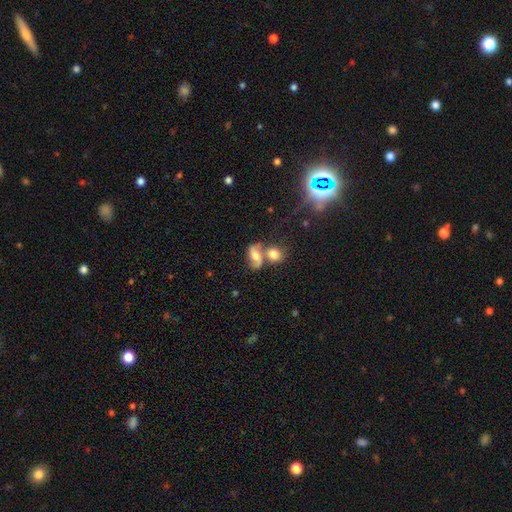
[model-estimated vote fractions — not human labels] Smooth or featured? Predicted: smooth (p=0.46). Merging? Predicted: merger (p=0.44).